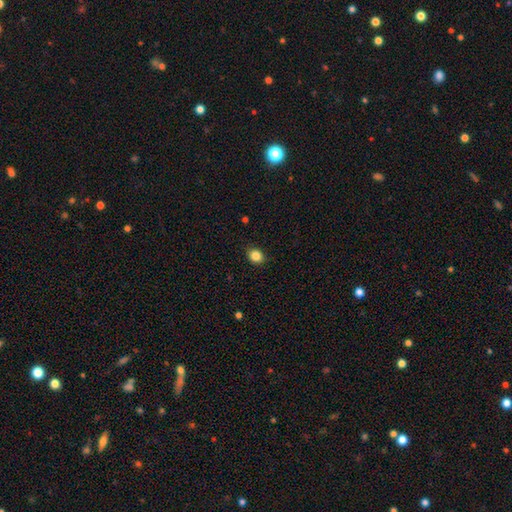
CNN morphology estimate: smooth-or-featured: smooth: 85% | star or artifact: 10% | featured or disk: 4%
  how-rounded: round: 61% | in between: 38% | cigar-shaped: 1%
  merging: none: 88% | minor disturbance: 9% | major disturbance: 2% | merger: 1%